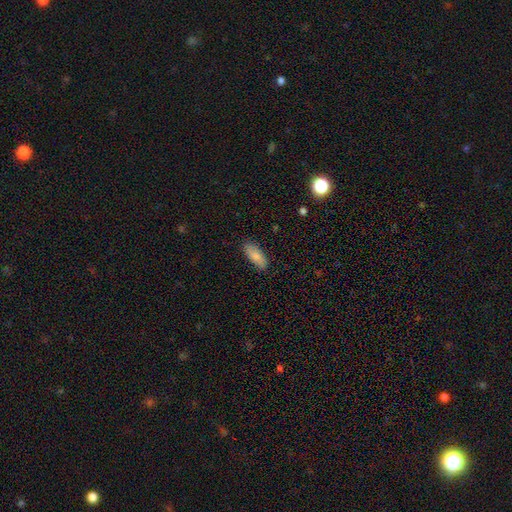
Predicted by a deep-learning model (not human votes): This is clearly a smooth galaxy (81%). How rounded: likely in between (78%). Merging: clearly none (86%).